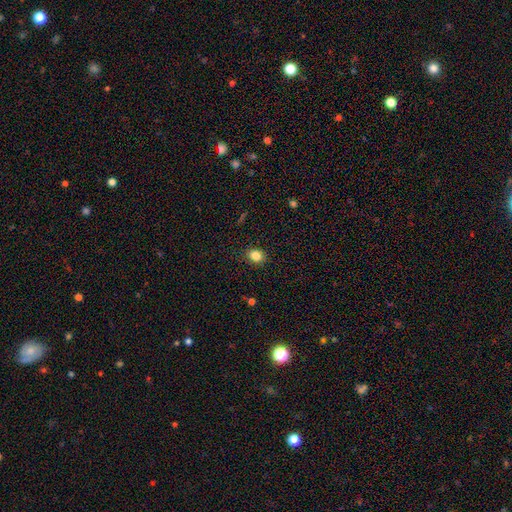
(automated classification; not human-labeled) Smooth or featured? smooth (84%)
How rounded? round (51%)
Merging? none (88%)